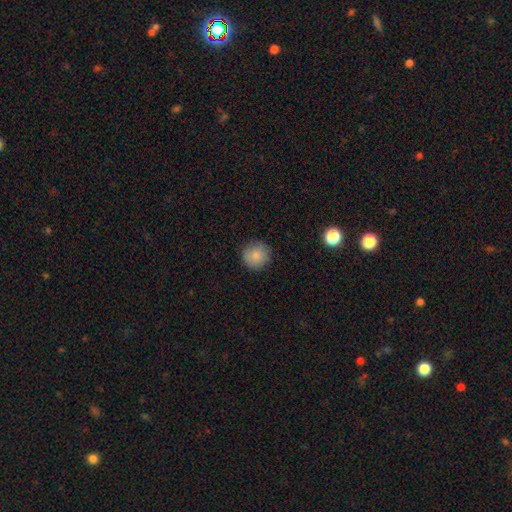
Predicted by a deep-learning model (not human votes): This appears to be a smooth galaxy with no disk features (84%) that is round (94%). Merging: none (87%).